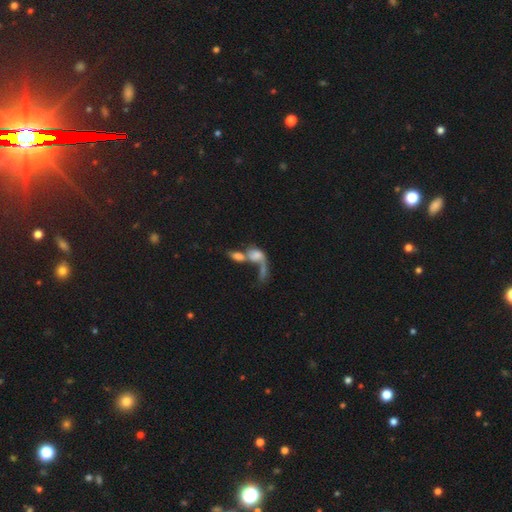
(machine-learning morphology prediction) A featured or disk galaxy (47%).

Vote fractions:
- Smooth or featured? featured or disk: 47% / smooth: 42% / star or artifact: 10%
- Merging? merger: 68% / major disturbance: 17% / none: 10% / minor disturbance: 5%